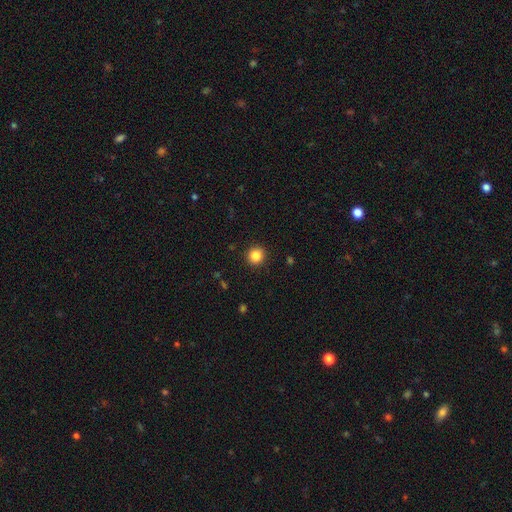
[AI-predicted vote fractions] smooth_or_featured: smooth (p=0.85) [alt: star or artifact p=0.11]
how_rounded: round (p=0.93) [alt: in between p=0.06]
merging: none (p=0.92) [alt: minor disturbance p=0.05]